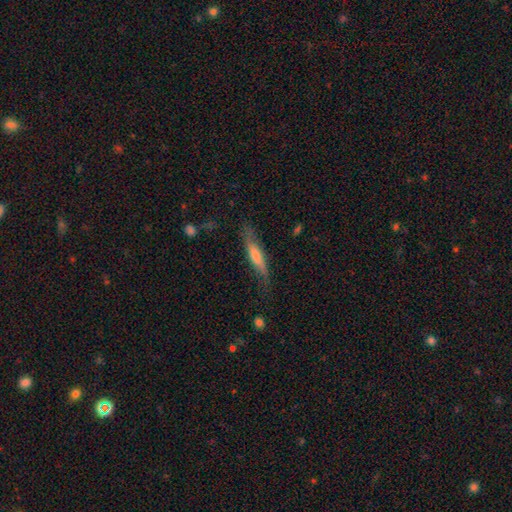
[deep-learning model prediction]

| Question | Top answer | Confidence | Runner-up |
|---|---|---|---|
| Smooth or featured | smooth | 52% | featured or disk (42%) |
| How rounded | cigar-shaped | 83% | in between (15%) |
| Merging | none | 71% | minor disturbance (21%) |